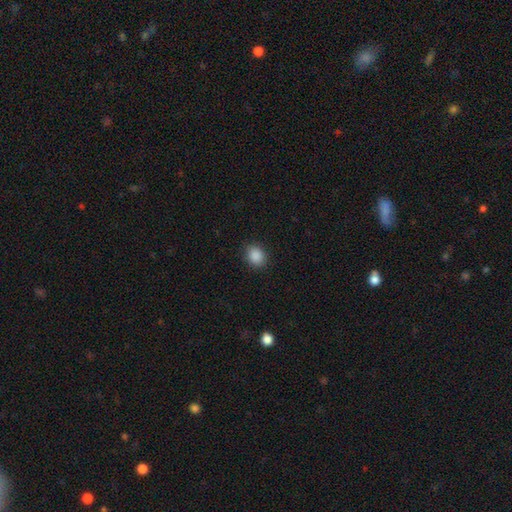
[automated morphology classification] Smooth or featured: smooth — 88% (star or artifact — 9%)
How rounded: round — 60% (in between — 39%)
Merging: none — 89% (minor disturbance — 8%)